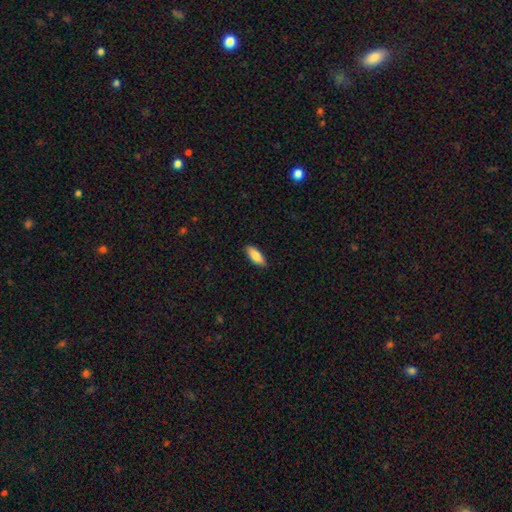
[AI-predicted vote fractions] Smooth or featured: smooth — 85% (featured or disk — 9%)
How rounded: in between — 73% (cigar-shaped — 25%)
Merging: none — 88% (minor disturbance — 9%)